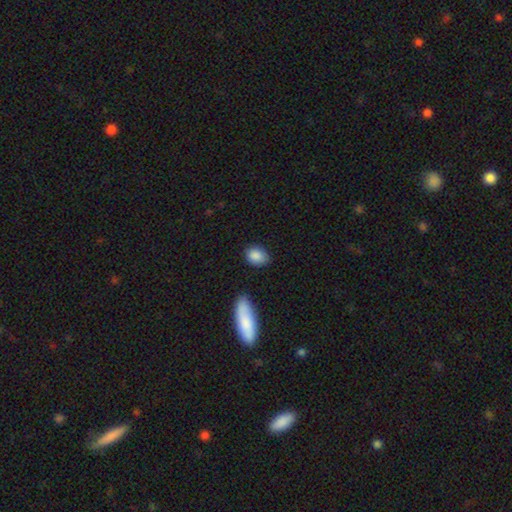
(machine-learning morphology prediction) Smooth or featured?
  - smooth: 88% *
  - star or artifact: 7%
  - featured or disk: 5%
How rounded?
  - in between: 65% *
  - round: 33%
  - cigar-shaped: 2%
Merging?
  - none: 79% *
  - minor disturbance: 15%
  - major disturbance: 3%
  - merger: 3%